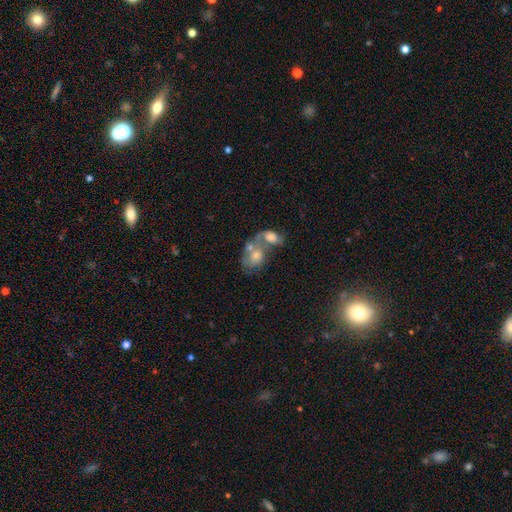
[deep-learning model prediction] smooth 46% (tied), featured or disk 46% (tied), star or artifact 8%. Down the decision tree: merging — merger (70%).